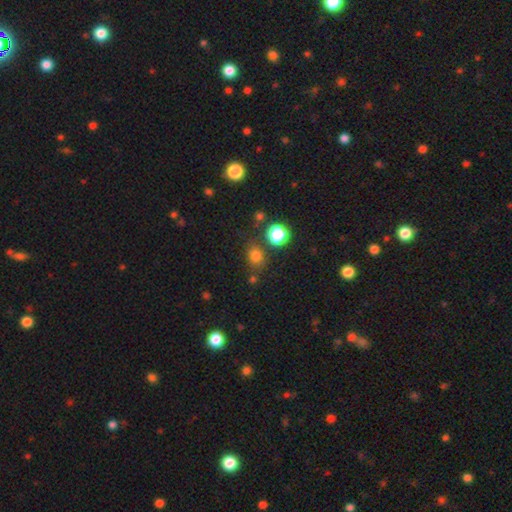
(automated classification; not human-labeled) This is likely a smooth galaxy (76%). How rounded: likely round (67%). Merging: likely none (72%).